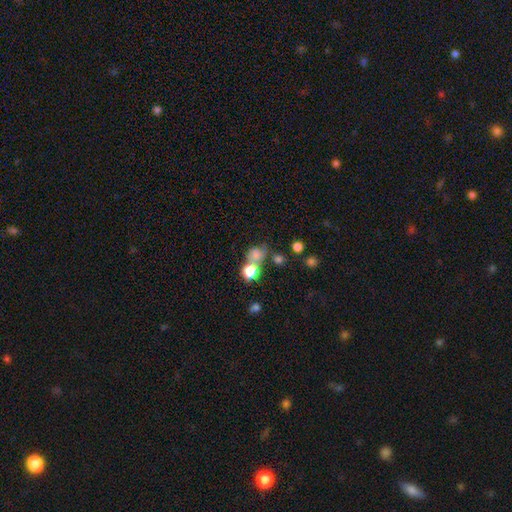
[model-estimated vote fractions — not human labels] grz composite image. It shows a smooth galaxy with no disk features (68%) that is round (72%). Merging: none (44%).